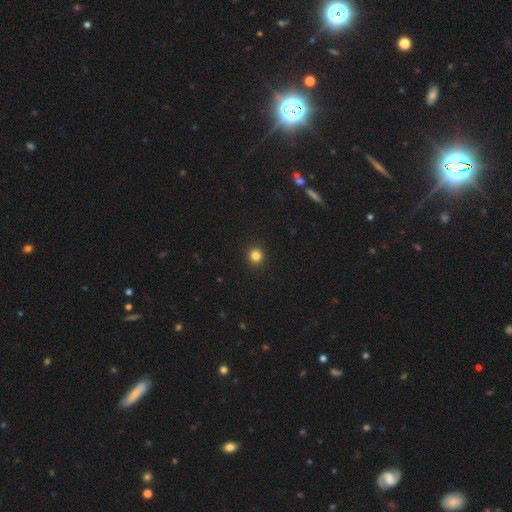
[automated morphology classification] Q: Smooth or featured?
A: smooth (84%); runner-up: star or artifact (12%)
Q: How rounded?
A: round (94%); runner-up: in between (5%)
Q: Merging?
A: none (93%); runner-up: minor disturbance (4%)